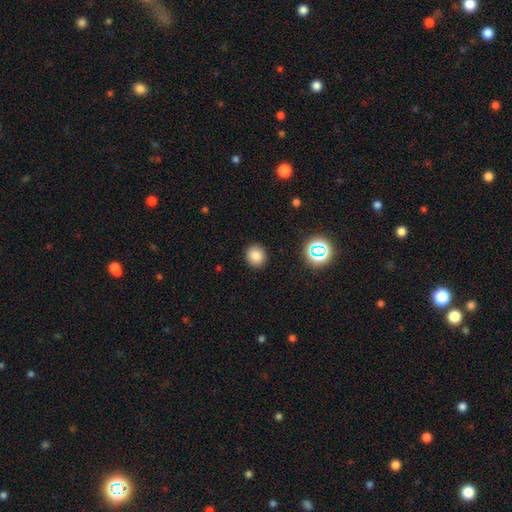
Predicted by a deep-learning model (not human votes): The model was most divided on "smooth or featured": smooth: 81%, star or artifact: 14%, featured or disk: 6%. More confident: merging — none (91%); how rounded — round (85%).